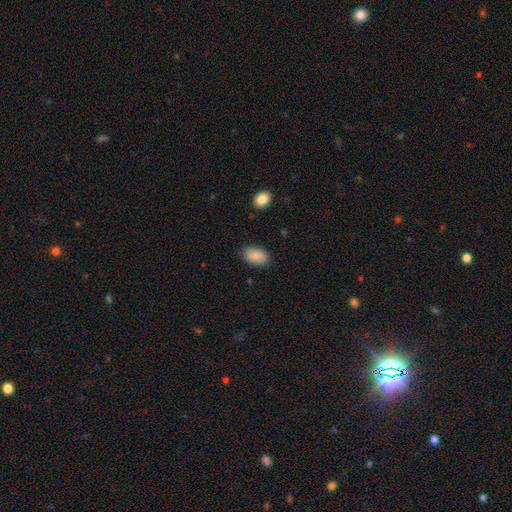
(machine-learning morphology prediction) Q: Smooth or featured?
A: smooth (87%); runner-up: star or artifact (7%)
Q: How rounded?
A: in between (92%); runner-up: round (7%)
Q: Merging?
A: none (85%); runner-up: minor disturbance (11%)